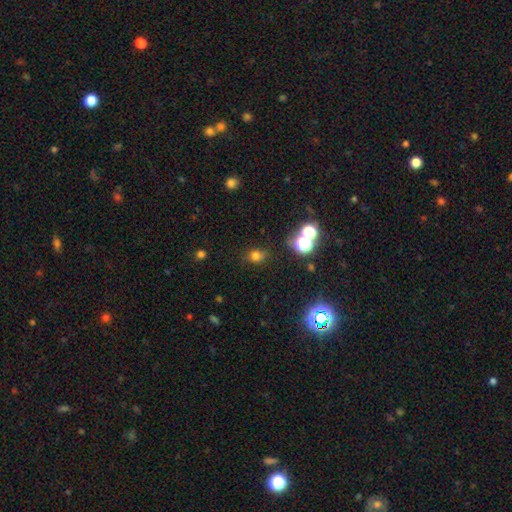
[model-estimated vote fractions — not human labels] This appears to be a smooth galaxy with no disk features (69%) that is round (65%). Merging: none (71%).